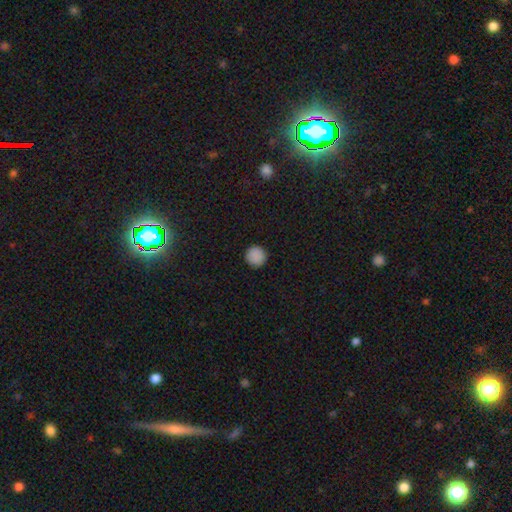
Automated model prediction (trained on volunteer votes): Smooth or featured?
  - smooth: 89% *
  - star or artifact: 9%
  - featured or disk: 2%
How rounded?
  - round: 96% *
  - in between: 3%
  - cigar-shaped: 1%
Merging?
  - none: 93% *
  - minor disturbance: 5%
  - major disturbance: 2%
  - merger: 1%